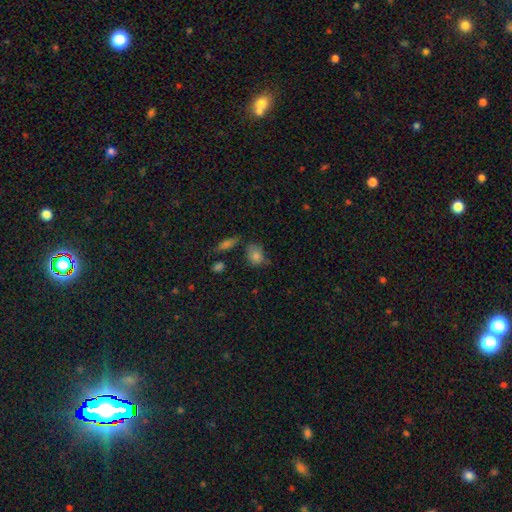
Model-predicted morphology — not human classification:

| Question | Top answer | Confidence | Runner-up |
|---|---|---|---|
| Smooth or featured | smooth | 79% | star or artifact (11%) |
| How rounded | in between | 57% | round (41%) |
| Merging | none | 58% | minor disturbance (27%) |